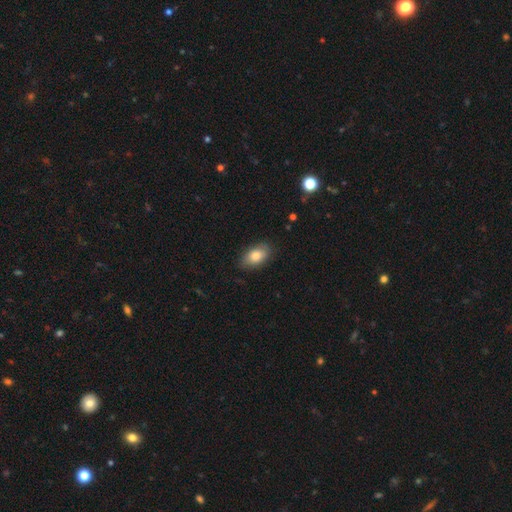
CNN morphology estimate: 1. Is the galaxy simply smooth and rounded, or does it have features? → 82% smooth, 12% featured or disk, 7% star or artifact.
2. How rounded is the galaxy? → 92% in between, 5% round, 3% cigar-shaped.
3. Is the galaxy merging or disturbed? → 81% none, 15% minor disturbance, 3% major disturbance, 1% merger.